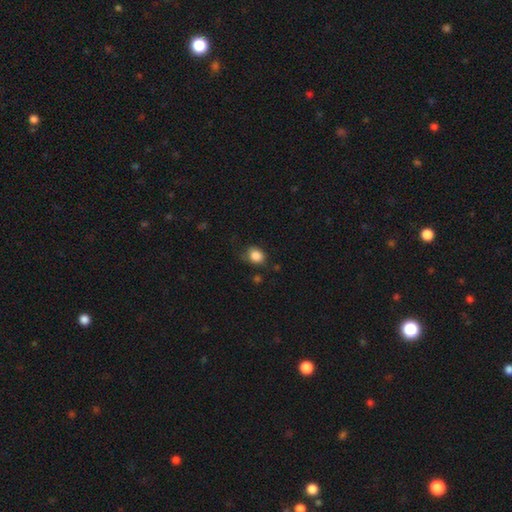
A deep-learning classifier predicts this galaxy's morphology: Smooth or featured? Predicted: smooth (p=0.85). How rounded? Predicted: round (p=0.51). Merging? Predicted: none (p=0.66).